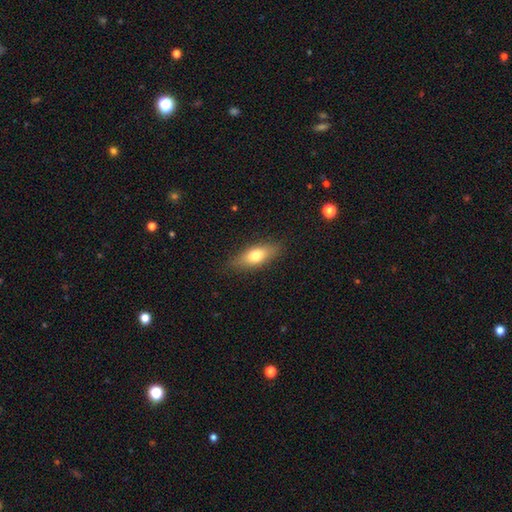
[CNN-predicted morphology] The model was most divided on "how rounded": in between: 69%, cigar-shaped: 27%, round: 4%. More confident: merging — none (84%); smooth or featured — smooth (70%).